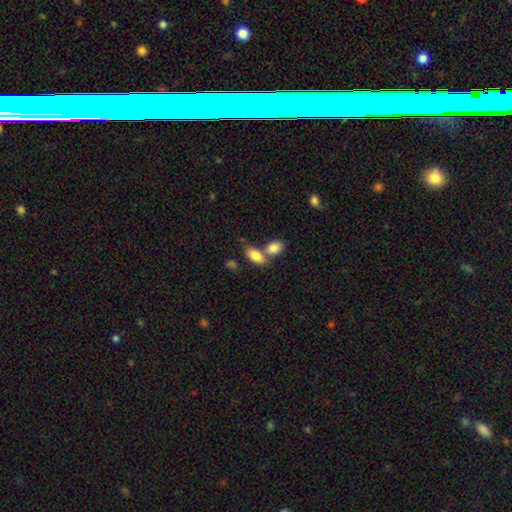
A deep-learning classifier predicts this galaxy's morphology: This is clearly a smooth galaxy (83%). How rounded: clearly in between (90%). Merging: possibly merger (46%).